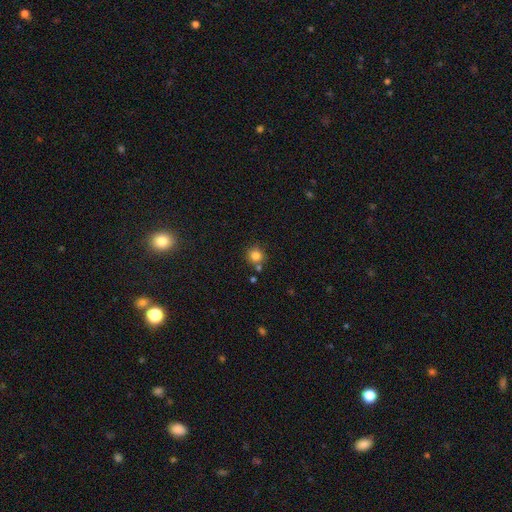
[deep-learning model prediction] smooth-or-featured: smooth: 82% | star or artifact: 12% | featured or disk: 6%
  how-rounded: round: 93% | in between: 6% | cigar-shaped: 1%
  merging: none: 76% | merger: 11% | minor disturbance: 10% | major disturbance: 3%